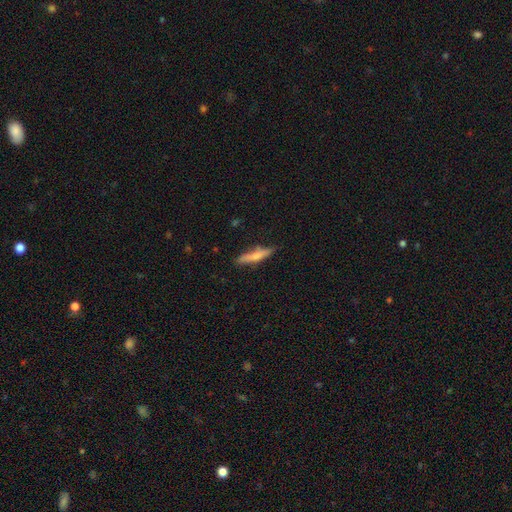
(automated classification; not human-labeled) smooth-or-featured: smooth: 63% | featured or disk: 31% | star or artifact: 6%
  how-rounded: cigar-shaped: 84% | in between: 14% | round: 2%
  merging: none: 80% | minor disturbance: 15% | major disturbance: 3% | merger: 2%